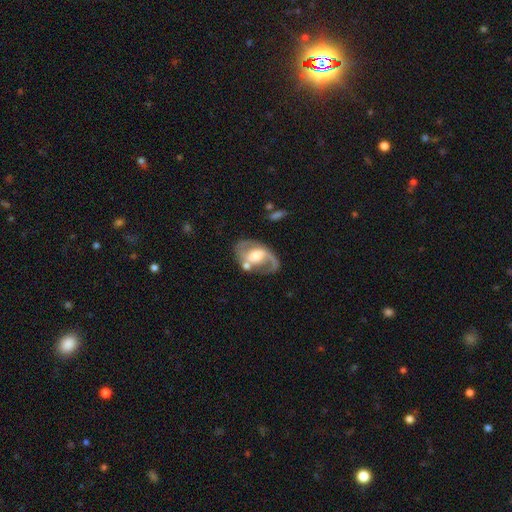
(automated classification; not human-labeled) Smooth or featured: featured or disk — 84% (smooth — 11%)
Edge-on disk: no — 97% (yes — 3%)
Bar: weak — 43% (no — 35%)
Spiral arms: yes — 92% (no — 8%)
Spiral winding: medium — 54% (loose — 29%)
Spiral arm count: 2 — 86% (1 — 7%)
Bulge size: moderate — 49% (large — 28%)
Merging: none — 64% (minor disturbance — 17%)